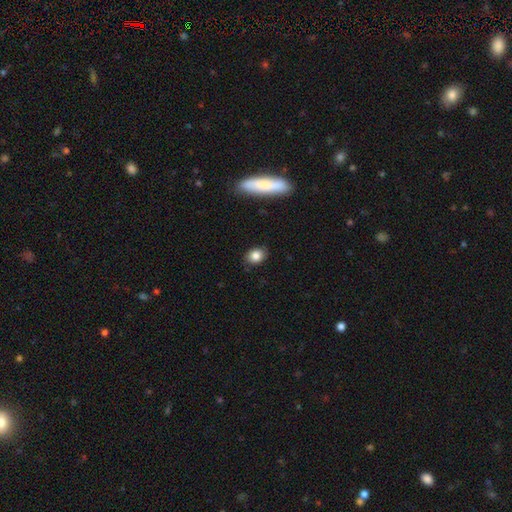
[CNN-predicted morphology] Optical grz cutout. It shows a smooth galaxy with no disk features (83%) that is in between round and cigar-shaped (59%). Merging: none (86%).